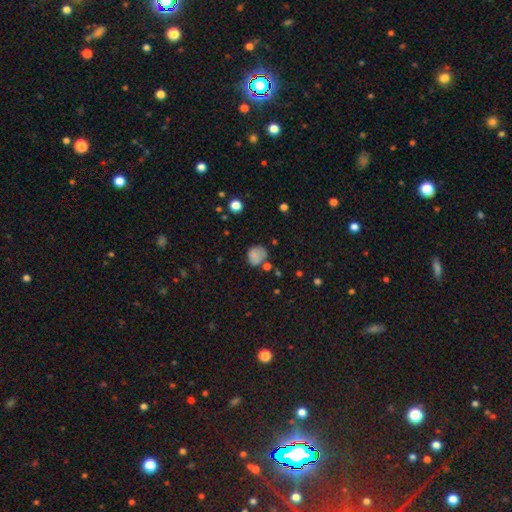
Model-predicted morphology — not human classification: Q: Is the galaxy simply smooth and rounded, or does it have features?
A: smooth — 74%.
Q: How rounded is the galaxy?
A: round — 70%.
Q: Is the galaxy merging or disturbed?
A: none — 52%.